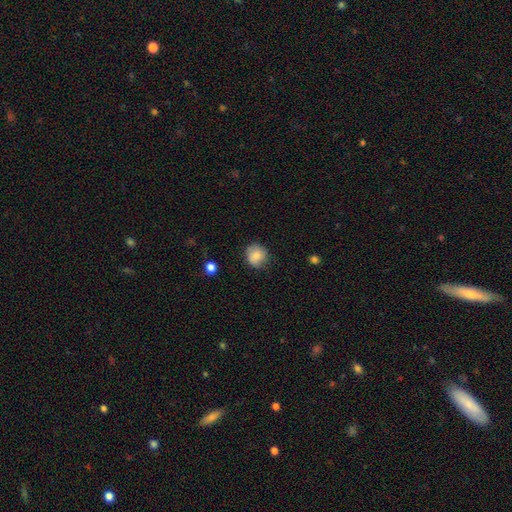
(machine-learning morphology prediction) type=smooth (82%); roundness=round (83%); merging=none (77%).